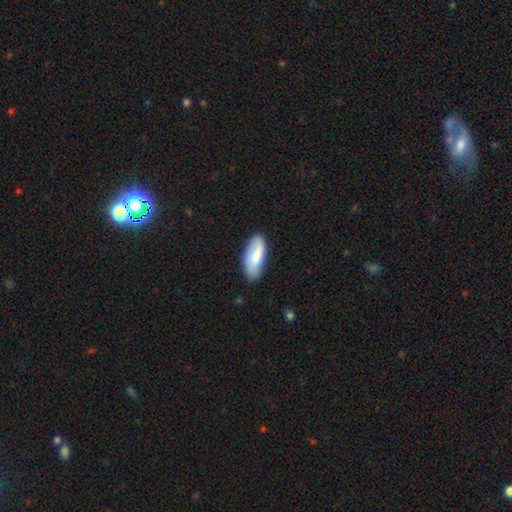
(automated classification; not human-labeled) smooth-or-featured: smooth: 74% | featured or disk: 20% | star or artifact: 6%
  how-rounded: in between: 82% | cigar-shaped: 16% | round: 2%
  merging: none: 78% | minor disturbance: 17% | major disturbance: 4% | merger: 2%